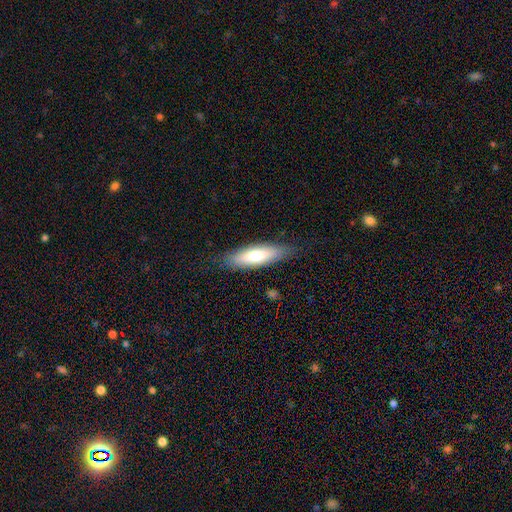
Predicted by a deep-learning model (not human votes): smooth_or_featured: smooth (p=0.71) [alt: featured or disk p=0.23]
how_rounded: cigar-shaped (p=0.57) [alt: in between p=0.42]
merging: none (p=0.83) [alt: minor disturbance p=0.13]